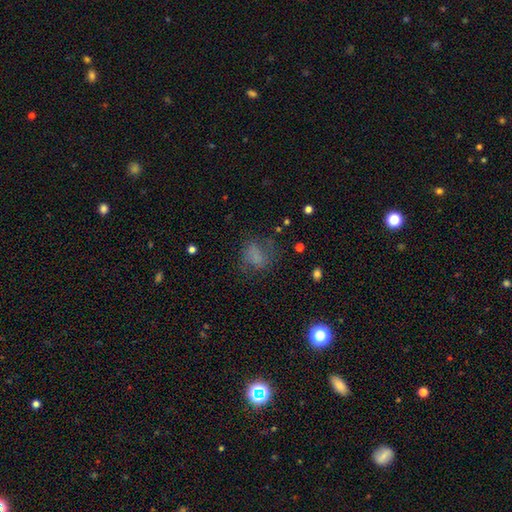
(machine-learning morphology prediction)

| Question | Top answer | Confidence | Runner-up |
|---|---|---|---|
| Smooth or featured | smooth | 64% | featured or disk (20%) |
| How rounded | in between | 53% | round (45%) |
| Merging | none | 55% | minor disturbance (23%) |